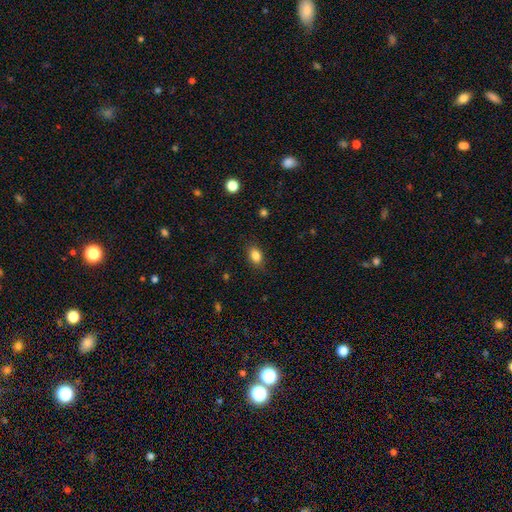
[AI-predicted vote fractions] Smooth or featured: smooth — 85% (star or artifact — 9%)
How rounded: in between — 82% (round — 16%)
Merging: none — 85% (minor disturbance — 11%)